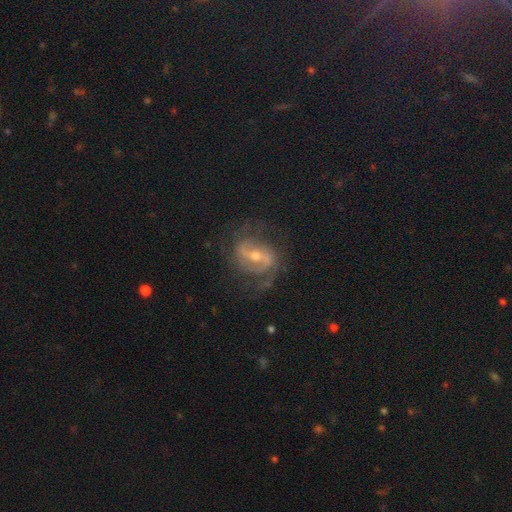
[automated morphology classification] Smooth or featured? Predicted: featured or disk (p=0.85). Edge-on disk? Predicted: no (p=0.96). Bar? Predicted: strong (p=0.46). Spiral arms? Predicted: yes (p=0.92). Spiral winding? Predicted: medium (p=0.47). Spiral arm count? Predicted: 2 (p=0.70). Bulge size? Predicted: moderate (p=0.52). Merging? Predicted: none (p=0.66).